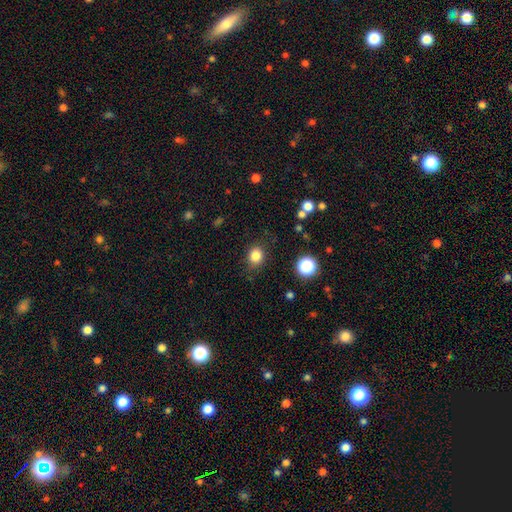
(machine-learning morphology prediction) Smooth or featured: smooth — 83% (star or artifact — 12%)
How rounded: round — 70% (in between — 29%)
Merging: none — 83% (minor disturbance — 12%)